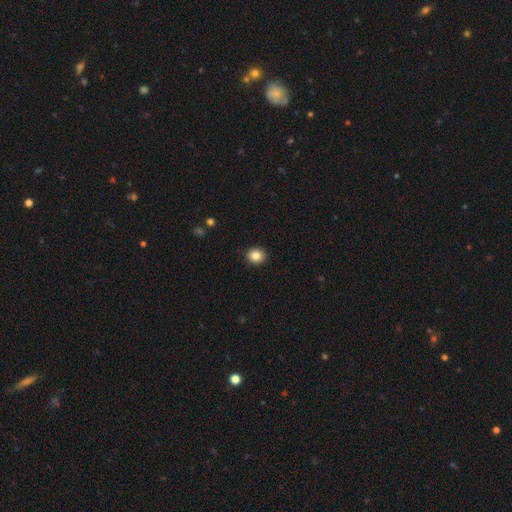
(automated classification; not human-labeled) The model was most divided on "how rounded": round: 80%, in between: 19%, cigar-shaped: 1%. More confident: merging — none (92%); smooth or featured — smooth (84%).